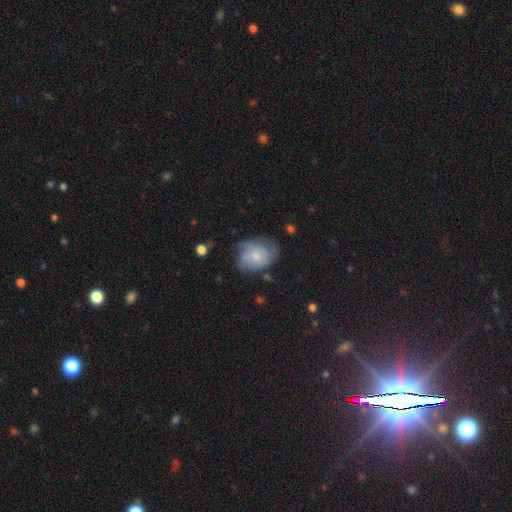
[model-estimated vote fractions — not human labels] smooth 61%, featured or disk 31%, star or artifact 8%. Down the decision tree: how rounded — in between (60%); merging — none (47%).